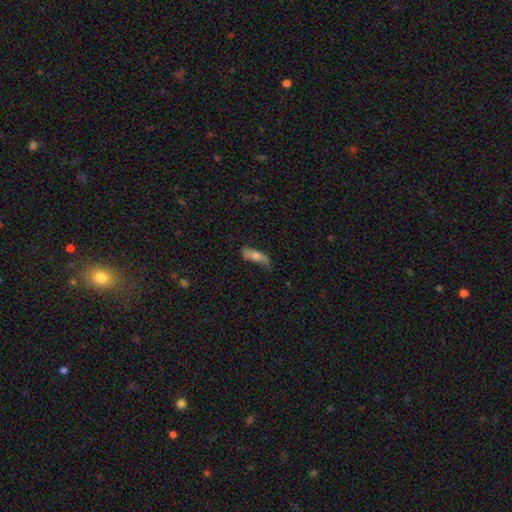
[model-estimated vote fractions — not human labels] Smooth or featured? smooth (58%)
How rounded? in between (49%)
Merging? none (61%)